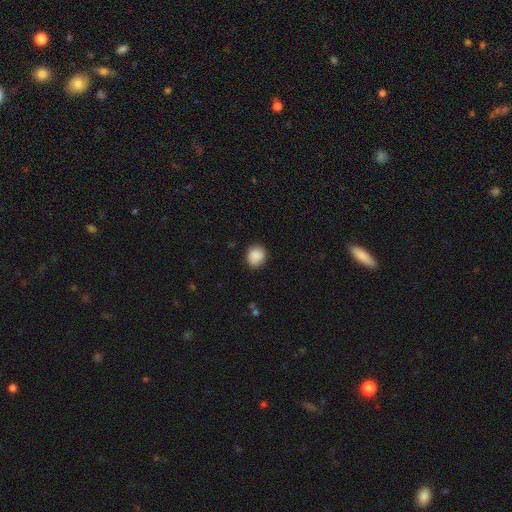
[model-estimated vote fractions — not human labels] A smooth galaxy with no disk features (87%) that is round (78%).

Vote fractions:
- Smooth or featured? smooth: 87% / star or artifact: 8% / featured or disk: 5%
- How rounded? round: 78% / in between: 21% / cigar-shaped: 1%
- Merging? none: 83% / minor disturbance: 13% / major disturbance: 3% / merger: 1%